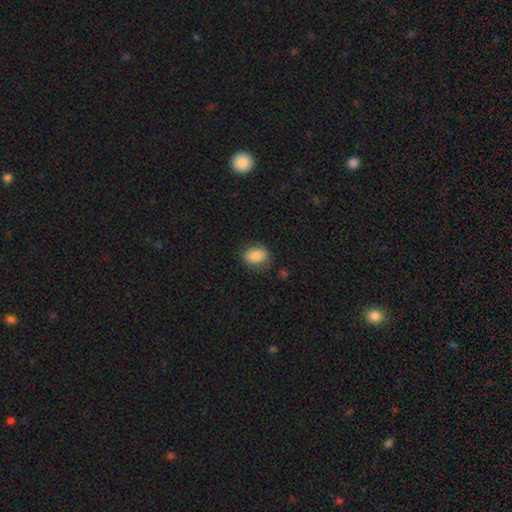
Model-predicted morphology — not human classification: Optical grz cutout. It shows a smooth galaxy with no disk features (84%) that is in between round and cigar-shaped (81%). Merging: none (77%).